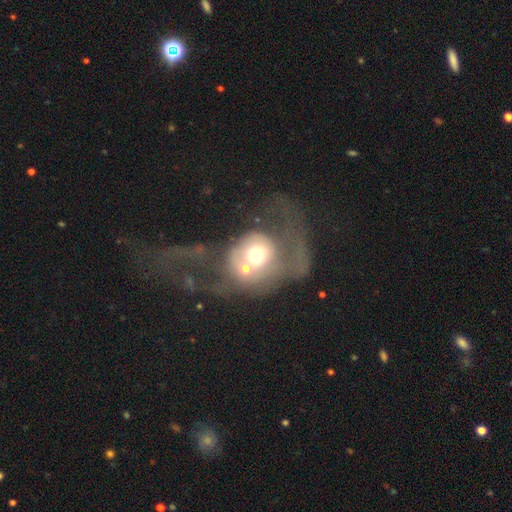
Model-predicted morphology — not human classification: Smooth or featured? Predicted: featured or disk (p=0.48). Merging? Predicted: major disturbance (p=0.42).